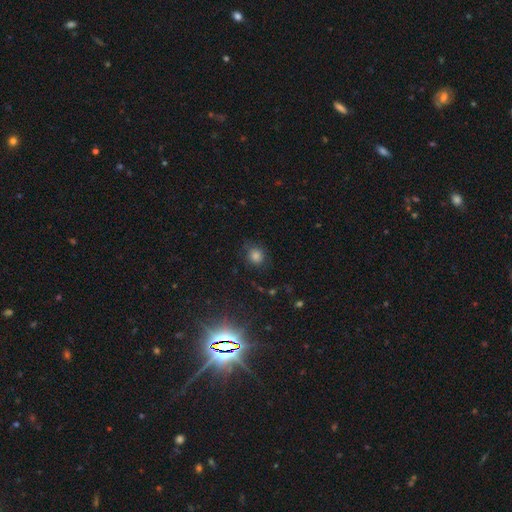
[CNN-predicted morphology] The model was most divided on "smooth or featured": smooth: 71%, star or artifact: 22%, featured or disk: 7%. More confident: how rounded — round (80%); merging — none (77%).